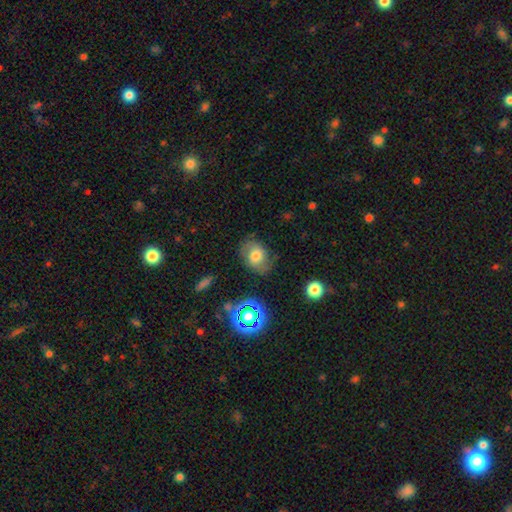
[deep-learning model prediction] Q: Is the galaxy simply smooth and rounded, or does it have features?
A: smooth — 58%.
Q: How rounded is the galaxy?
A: in between — 63%.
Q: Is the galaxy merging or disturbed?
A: none — 68%.